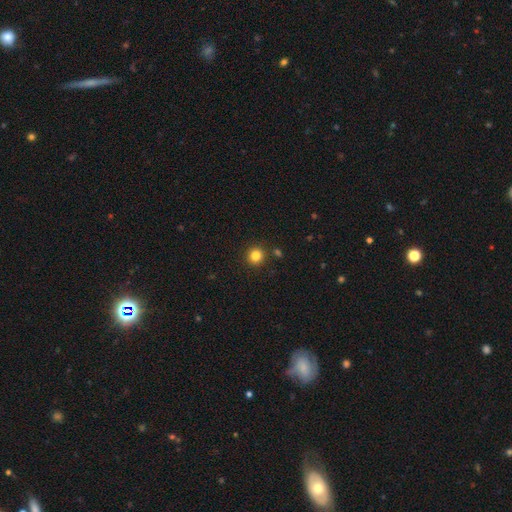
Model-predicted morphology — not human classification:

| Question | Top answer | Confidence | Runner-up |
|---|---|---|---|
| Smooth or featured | smooth | 83% | star or artifact (13%) |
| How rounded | round | 93% | in between (6%) |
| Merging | none | 89% | minor disturbance (6%) |